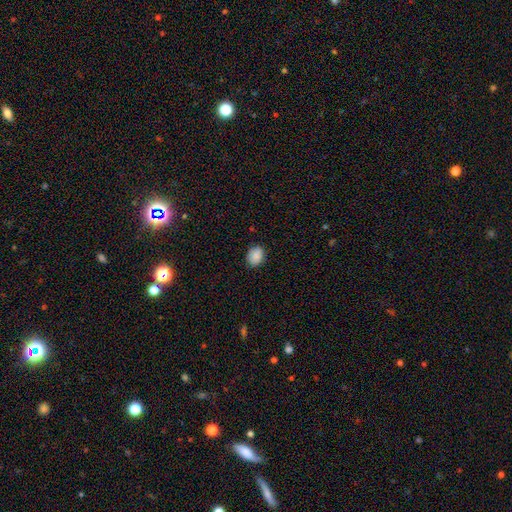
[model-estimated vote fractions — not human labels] Overall: smooth (88%). How rounded: in between (57%; round 42%). Merging: none (84%).